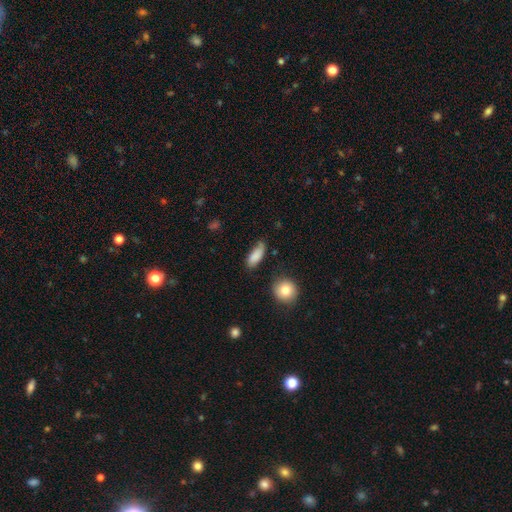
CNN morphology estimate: This appears to be a smooth galaxy with no disk features (81%) that is in between round and cigar-shaped (80%). Merging: none (61%).